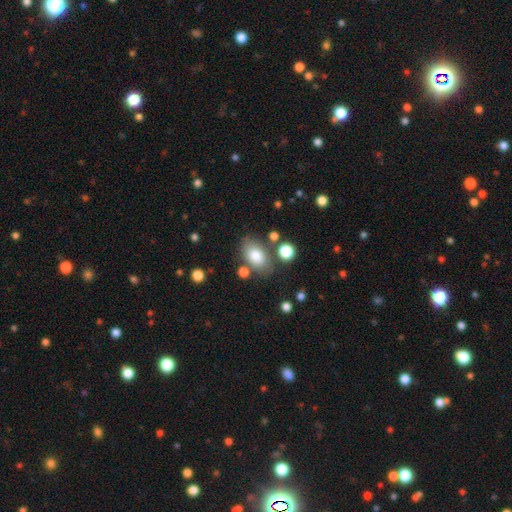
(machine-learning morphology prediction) Smooth or featured?
  - smooth: 79% *
  - featured or disk: 12%
  - star or artifact: 8%
How rounded?
  - in between: 85% *
  - round: 13%
  - cigar-shaped: 2%
Merging?
  - none: 72% *
  - minor disturbance: 15%
  - merger: 8%
  - major disturbance: 5%